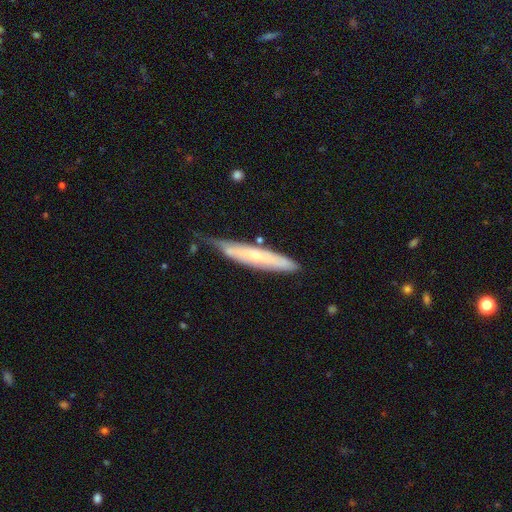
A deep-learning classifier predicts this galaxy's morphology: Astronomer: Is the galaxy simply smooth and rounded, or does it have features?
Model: featured or disk — 47% (runner-up: smooth, 46%).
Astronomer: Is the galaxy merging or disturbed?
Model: none — 55% (runner-up: minor disturbance, 33%).